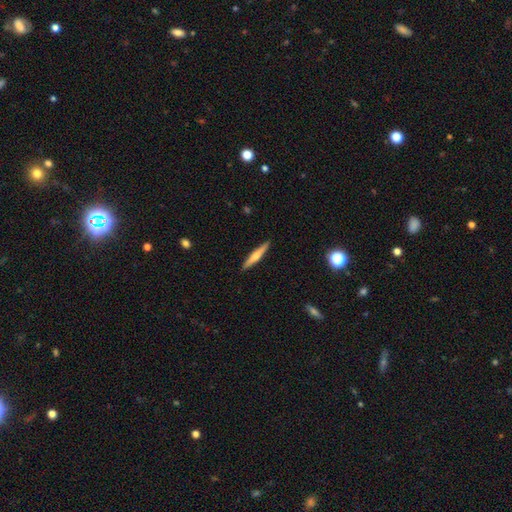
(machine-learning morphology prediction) smooth_or_featured: featured or disk (p=0.49) [alt: smooth p=0.45]
merging: none (p=0.91) [alt: minor disturbance p=0.06]